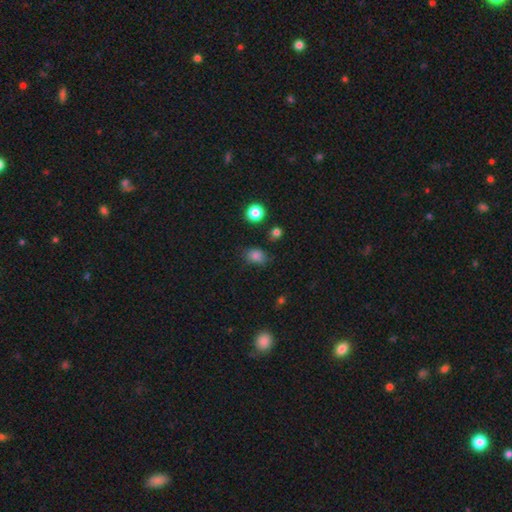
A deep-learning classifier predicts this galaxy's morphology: smooth-or-featured: smooth: 78% | star or artifact: 15% | featured or disk: 7%
  how-rounded: in between: 61% | round: 37% | cigar-shaped: 1%
  merging: none: 64% | minor disturbance: 26% | major disturbance: 8% | merger: 3%